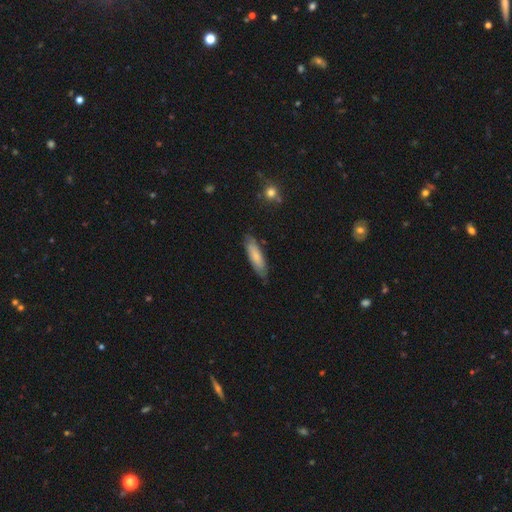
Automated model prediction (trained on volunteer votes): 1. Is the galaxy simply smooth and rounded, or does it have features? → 72% smooth, 22% featured or disk, 5% star or artifact.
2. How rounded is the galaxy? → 65% cigar-shaped, 33% in between, 1% round.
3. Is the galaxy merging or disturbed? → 80% none, 16% minor disturbance, 3% major disturbance, 1% merger.